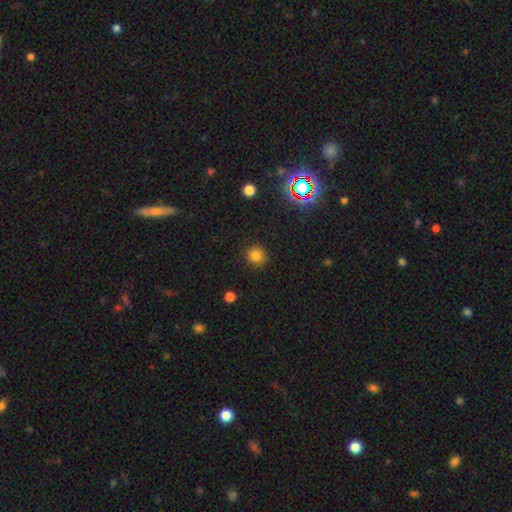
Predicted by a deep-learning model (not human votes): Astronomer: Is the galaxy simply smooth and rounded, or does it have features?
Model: smooth — 79%.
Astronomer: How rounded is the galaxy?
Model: round — 90%.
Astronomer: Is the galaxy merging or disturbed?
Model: none — 88%.